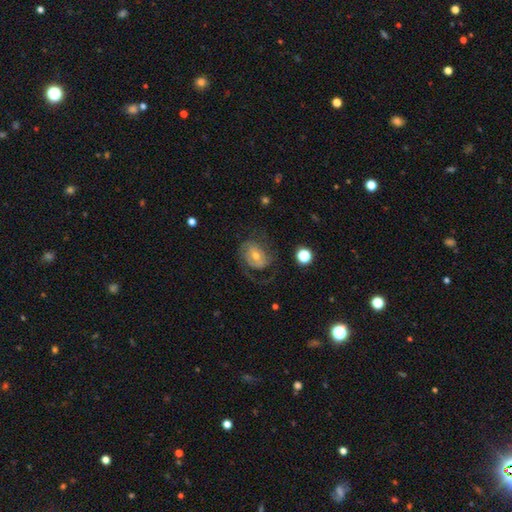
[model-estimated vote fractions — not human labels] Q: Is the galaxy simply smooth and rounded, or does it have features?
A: featured or disk — 66%.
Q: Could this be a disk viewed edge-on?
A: no — 97%.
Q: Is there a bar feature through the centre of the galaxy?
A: weak — 43%, tied with no.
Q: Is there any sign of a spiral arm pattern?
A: yes — 81%.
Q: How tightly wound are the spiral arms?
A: medium — 40%.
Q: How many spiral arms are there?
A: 2 — 50%.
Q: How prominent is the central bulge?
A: moderate — 62%.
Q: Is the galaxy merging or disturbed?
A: none — 51%.